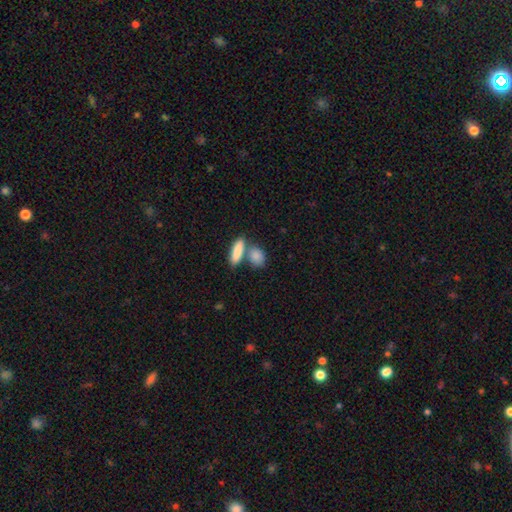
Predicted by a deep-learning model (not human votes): Smooth or featured: smooth — 86% (featured or disk — 8%)
How rounded: in between — 70% (cigar-shaped — 17%)
Merging: none — 50% (merger — 36%)